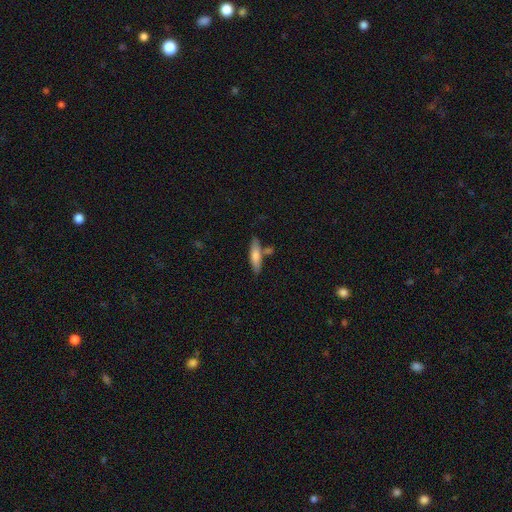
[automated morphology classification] Smooth or featured?
  - smooth: 71% *
  - featured or disk: 23%
  - star or artifact: 6%
How rounded?
  - cigar-shaped: 69% *
  - in between: 28%
  - round: 2%
Merging?
  - none: 70% *
  - minor disturbance: 14%
  - merger: 13%
  - major disturbance: 3%